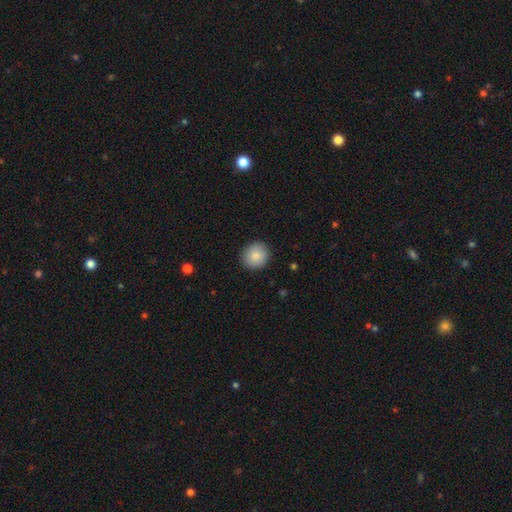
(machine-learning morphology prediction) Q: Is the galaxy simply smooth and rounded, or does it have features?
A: smooth — 87%.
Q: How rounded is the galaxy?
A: round — 85%.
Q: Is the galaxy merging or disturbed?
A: none — 90%.